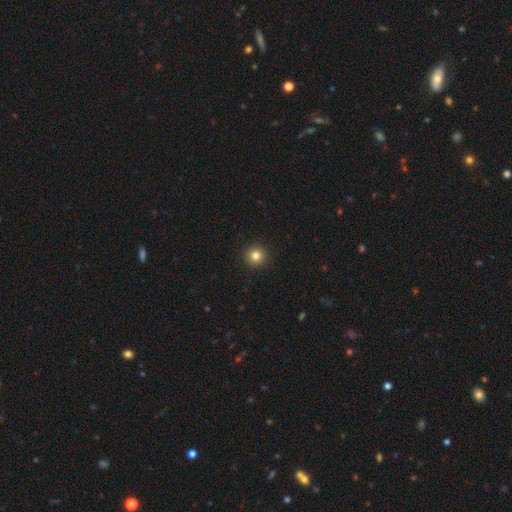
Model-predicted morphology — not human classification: smooth-or-featured: smooth: 83% | star or artifact: 12% | featured or disk: 5%
  how-rounded: round: 95% | in between: 4% | cigar-shaped: 1%
  merging: none: 93% | minor disturbance: 4% | major disturbance: 2% | merger: 1%